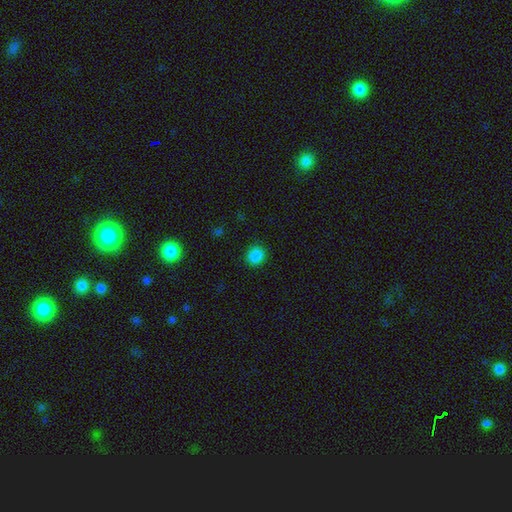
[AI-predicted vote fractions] smooth_or_featured: smooth (p=0.86) [alt: star or artifact p=0.12]
how_rounded: round (p=0.86) [alt: in between p=0.13]
merging: none (p=0.90) [alt: minor disturbance p=0.07]